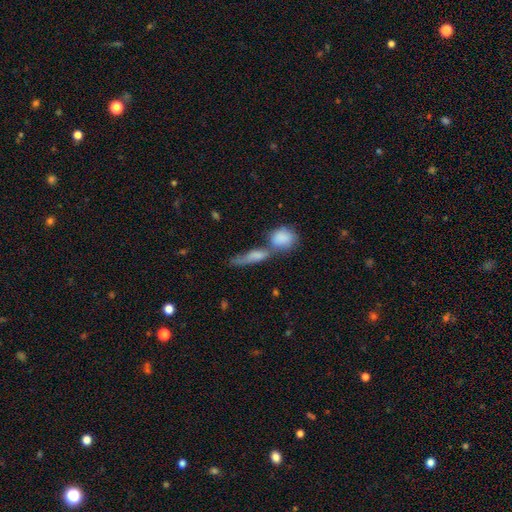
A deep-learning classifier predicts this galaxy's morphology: smooth-or-featured: smooth: 71% | featured or disk: 20% | star or artifact: 9%
  how-rounded: in between: 48% | cigar-shaped: 40% | round: 12%
  merging: merger: 59% | none: 21% | minor disturbance: 10% | major disturbance: 9%